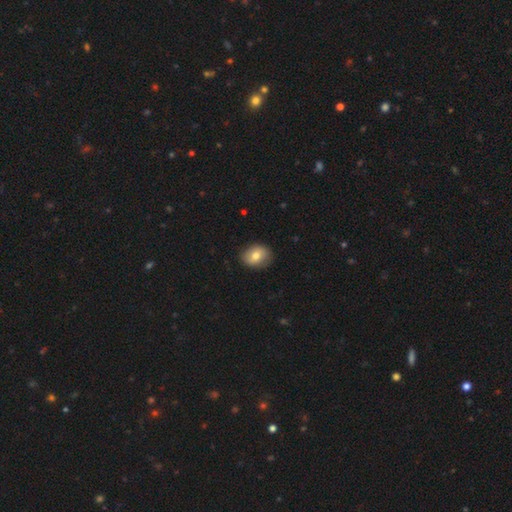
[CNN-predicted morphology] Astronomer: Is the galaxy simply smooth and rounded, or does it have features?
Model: smooth — 75%.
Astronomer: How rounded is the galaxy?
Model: in between — 64%.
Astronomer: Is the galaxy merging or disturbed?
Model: none — 84%.